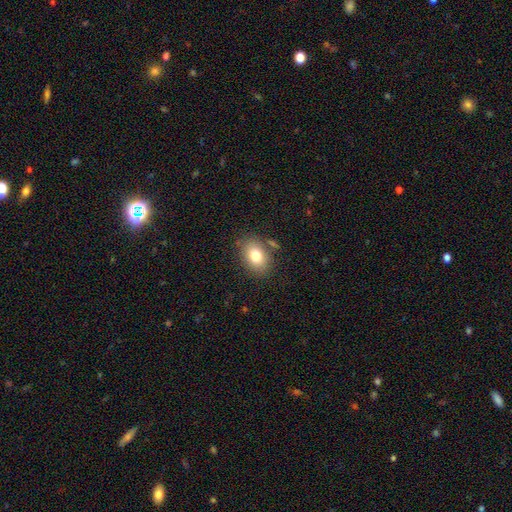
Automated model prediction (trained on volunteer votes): A smooth galaxy with no disk features (79%) that is in between round and cigar-shaped (75%). Merging: none (79%).